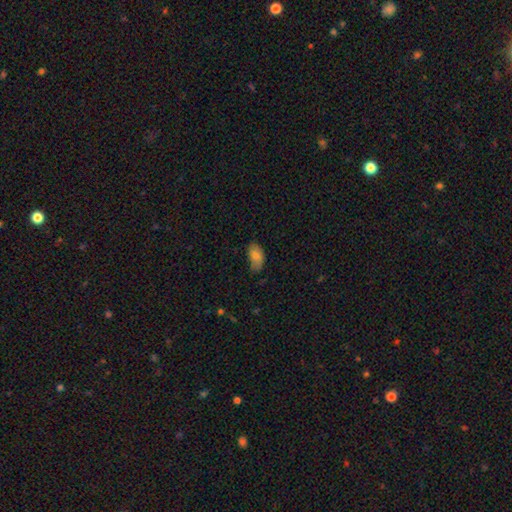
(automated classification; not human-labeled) Smooth or featured?
  - smooth: 76% *
  - featured or disk: 17%
  - star or artifact: 8%
How rounded?
  - in between: 93% *
  - round: 5%
  - cigar-shaped: 2%
Merging?
  - none: 61% *
  - minor disturbance: 31%
  - major disturbance: 6%
  - merger: 1%